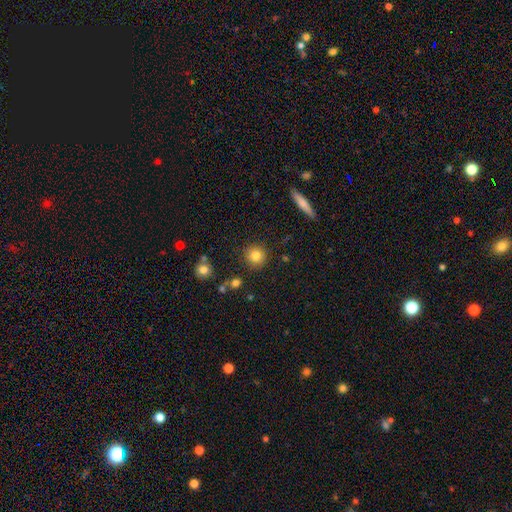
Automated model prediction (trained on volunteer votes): Overall: smooth (82%). How rounded: round (92%). Merging: none (87%).